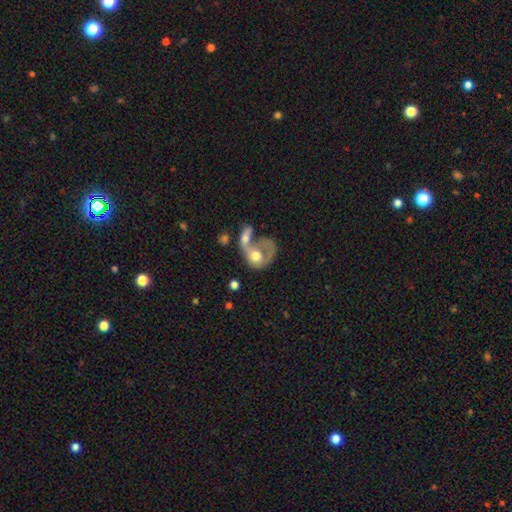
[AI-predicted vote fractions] The model was most divided on "smooth or featured": smooth: 48%, featured or disk: 45%, star or artifact: 8%. More confident: merging — merger (58%).